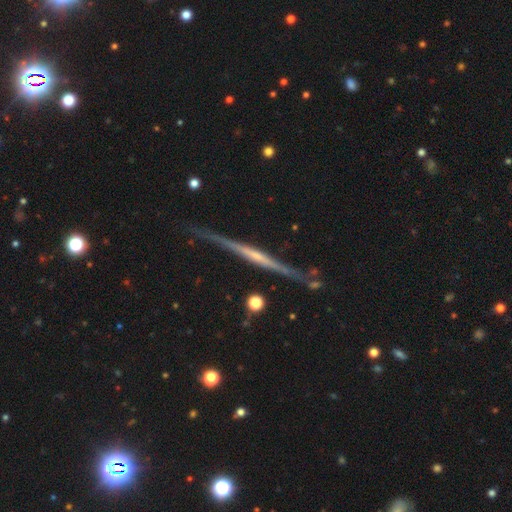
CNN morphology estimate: Overall: featured or disk (84%). Edge-on disk: yes (98%). Edge-on bulge: rounded (50%; none 39%). Merging: none (83%).